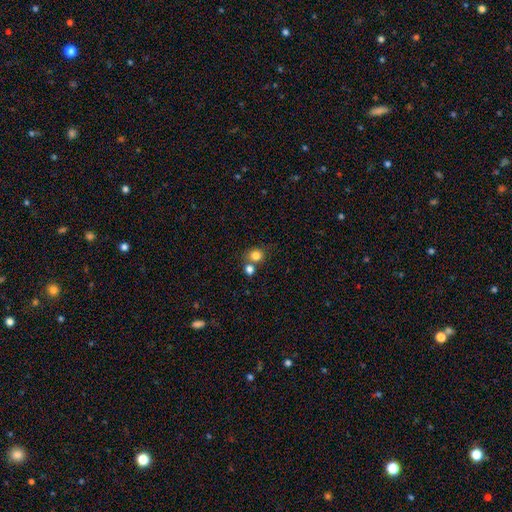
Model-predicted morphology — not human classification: Smooth or featured? smooth (81%)
How rounded? round (76%)
Merging? none (58%)